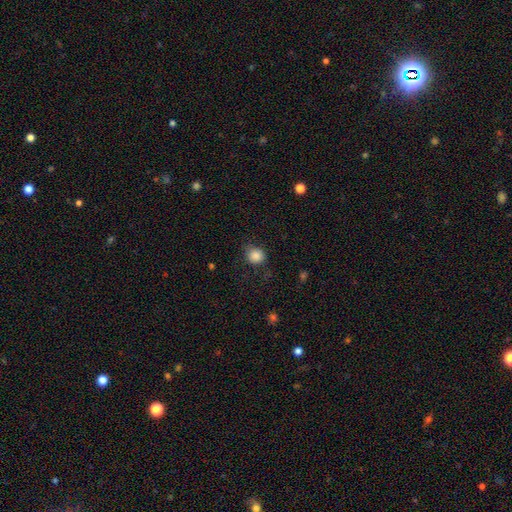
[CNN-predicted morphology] type=smooth (86%); roundness=round (80%); merging=none (75%).